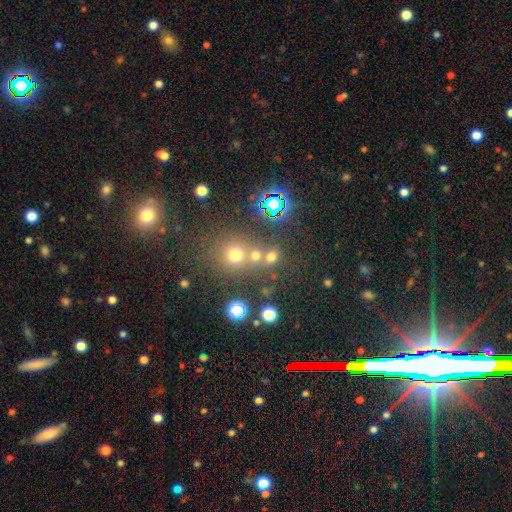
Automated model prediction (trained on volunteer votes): smooth_or_featured: smooth (p=0.63) [alt: star or artifact p=0.28]
how_rounded: round (p=0.84) [alt: in between p=0.14]
merging: none (p=0.54) [alt: merger p=0.34]